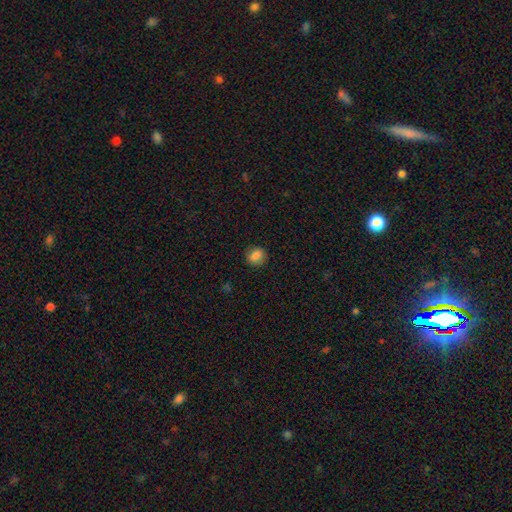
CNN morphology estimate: smooth_or_featured: smooth (p=0.83) [alt: star or artifact p=0.11]
how_rounded: round (p=0.77) [alt: in between p=0.22]
merging: none (p=0.88) [alt: minor disturbance p=0.08]